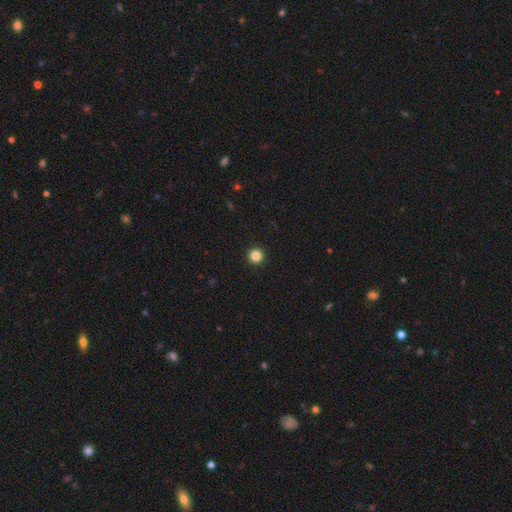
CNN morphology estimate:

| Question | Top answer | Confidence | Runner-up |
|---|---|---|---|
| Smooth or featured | smooth | 84% | star or artifact (12%) |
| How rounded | round | 97% | in between (2%) |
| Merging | none | 94% | minor disturbance (4%) |